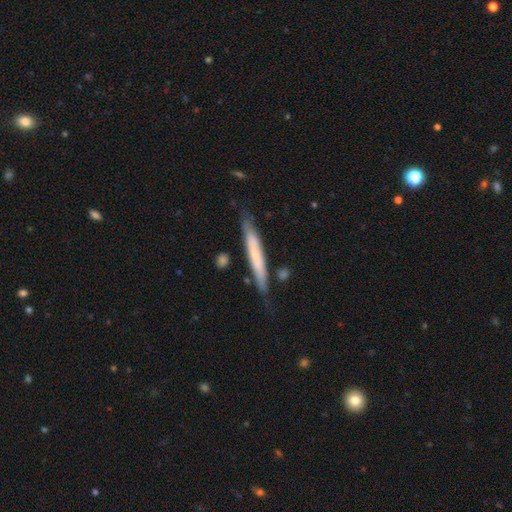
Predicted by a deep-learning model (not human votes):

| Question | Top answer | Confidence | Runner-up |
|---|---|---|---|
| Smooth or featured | smooth | 49% | featured or disk (45%) |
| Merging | none | 75% | minor disturbance (17%) |